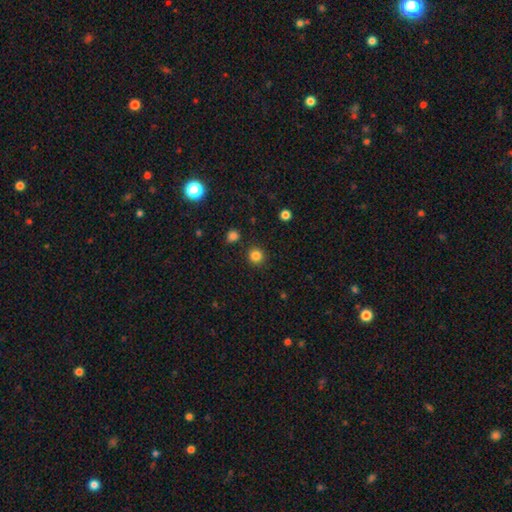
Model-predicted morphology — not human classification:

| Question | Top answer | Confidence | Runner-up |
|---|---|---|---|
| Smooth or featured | smooth | 83% | star or artifact (13%) |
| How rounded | round | 93% | in between (6%) |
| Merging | none | 89% | minor disturbance (6%) |